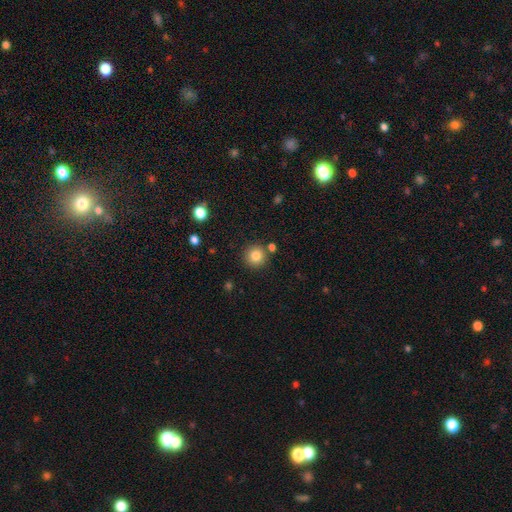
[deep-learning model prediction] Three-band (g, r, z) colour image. It shows a smooth galaxy with no disk features (83%) that is round (95%). Merging: none (85%).